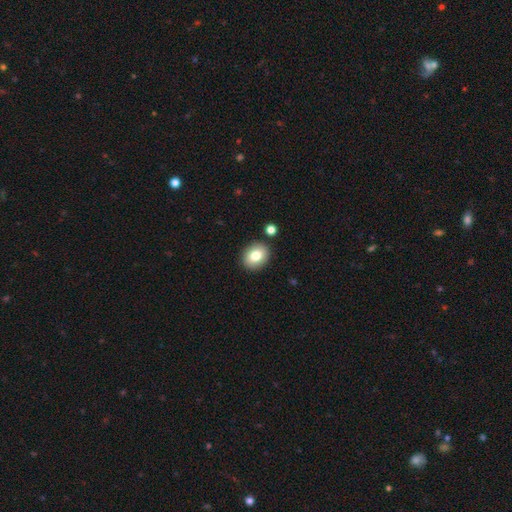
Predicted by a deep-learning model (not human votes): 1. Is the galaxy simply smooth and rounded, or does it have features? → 80% smooth, 11% featured or disk, 9% star or artifact.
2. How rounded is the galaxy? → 52% in between, 47% round, 1% cigar-shaped.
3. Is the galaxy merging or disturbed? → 87% none, 8% minor disturbance, 3% merger, 2% major disturbance.